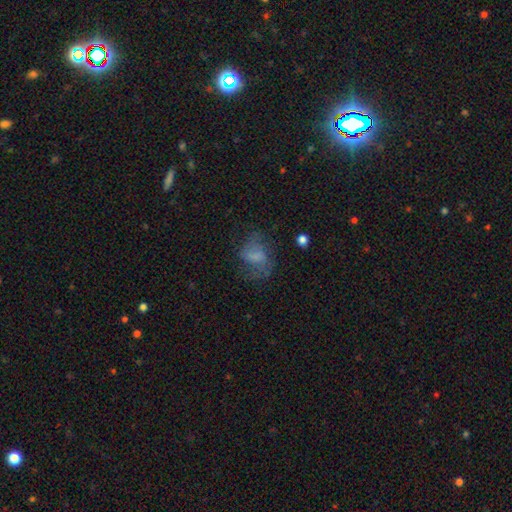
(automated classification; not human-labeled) Overall: smooth (47%; featured or disk 40%). Merging: none (45%; major disturbance 30%).